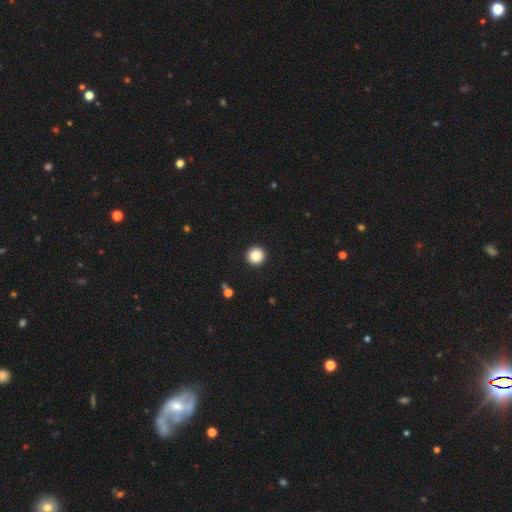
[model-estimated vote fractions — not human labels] Smooth or featured?
  - smooth: 87% *
  - star or artifact: 9%
  - featured or disk: 3%
How rounded?
  - round: 96% *
  - in between: 4%
  - cigar-shaped: 1%
Merging?
  - none: 93% *
  - minor disturbance: 4%
  - major disturbance: 2%
  - merger: 1%